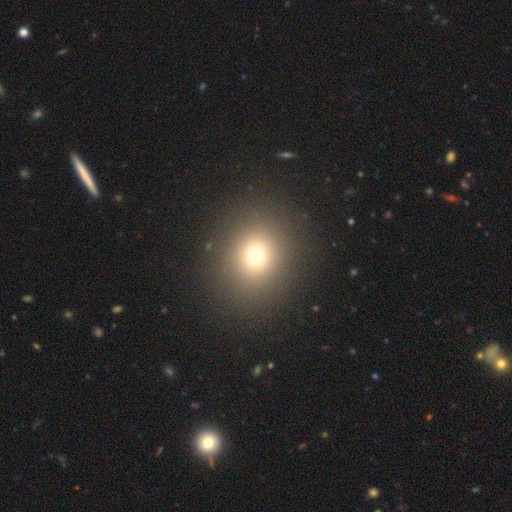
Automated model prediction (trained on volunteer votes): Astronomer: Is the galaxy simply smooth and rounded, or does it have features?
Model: smooth — 70%.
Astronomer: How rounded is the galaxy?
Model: round — 82%.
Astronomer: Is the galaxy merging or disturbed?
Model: none — 88%.